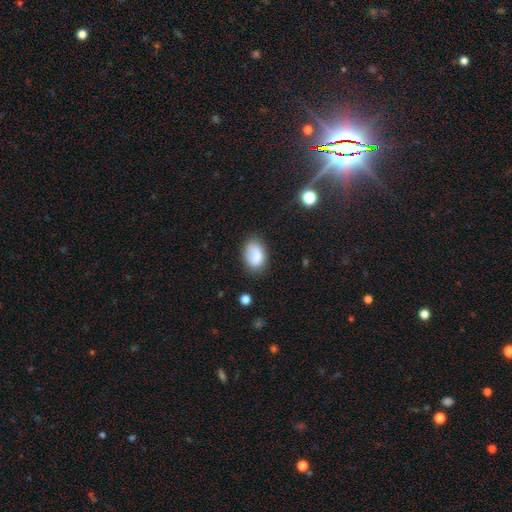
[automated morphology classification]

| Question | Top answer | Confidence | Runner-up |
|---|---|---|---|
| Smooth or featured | smooth | 78% | featured or disk (13%) |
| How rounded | in between | 87% | round (11%) |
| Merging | none | 64% | minor disturbance (23%) |